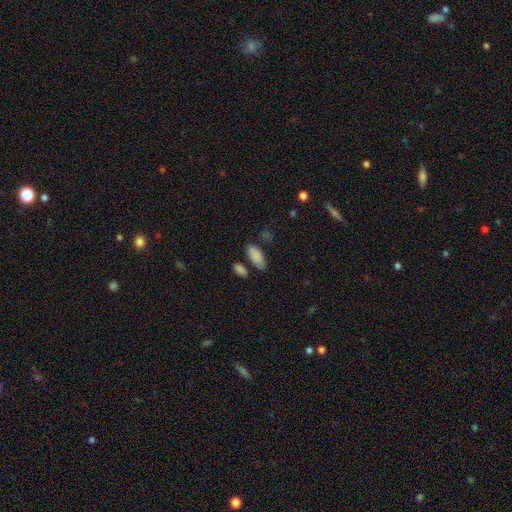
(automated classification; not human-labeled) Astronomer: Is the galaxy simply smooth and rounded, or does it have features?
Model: smooth — 86%.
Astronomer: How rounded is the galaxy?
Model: in between — 86%.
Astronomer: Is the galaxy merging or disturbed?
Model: none — 70%.